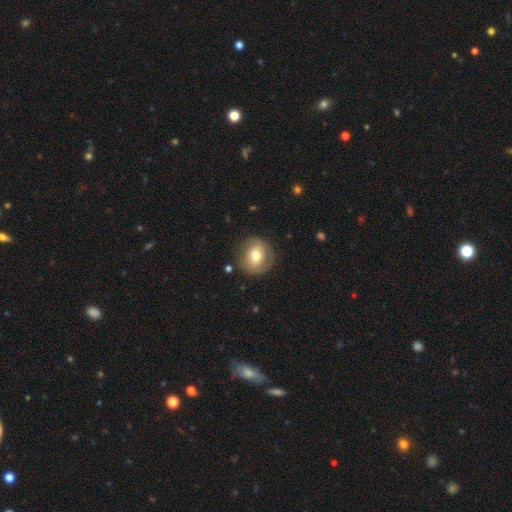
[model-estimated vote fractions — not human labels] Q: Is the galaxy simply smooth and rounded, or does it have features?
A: smooth — 63%.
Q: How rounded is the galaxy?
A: round — 77%.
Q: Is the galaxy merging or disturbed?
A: none — 79%.